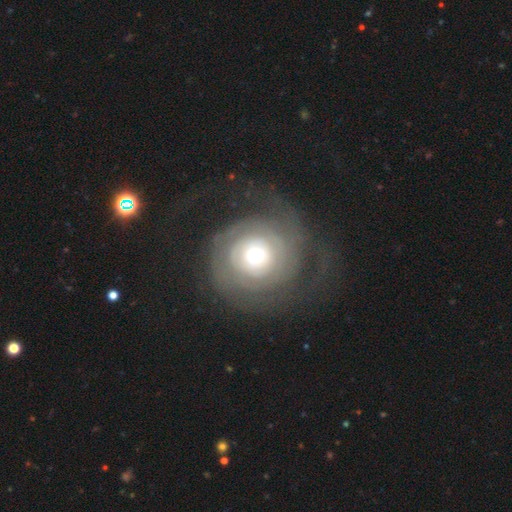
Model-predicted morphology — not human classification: The model was most divided on "spiral arms": yes: 63%, no: 37%. More confident: edge-on disk — no (97%); bar — no (87%); smooth or featured — featured or disk (66%); merging — none (60%); bulge size — moderate (60%).